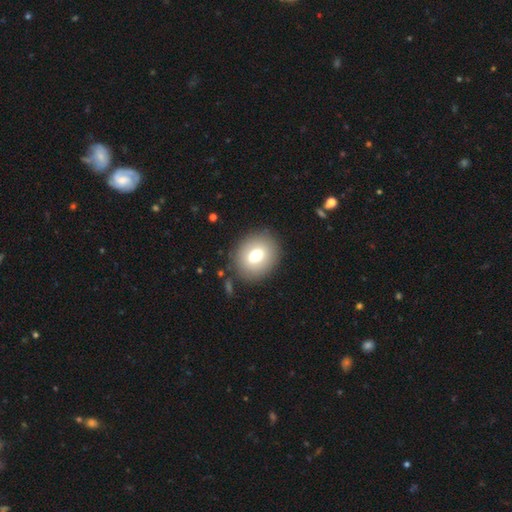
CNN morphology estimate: This is likely a smooth galaxy (72%). How rounded: likely round (61%). Merging: clearly none (86%).